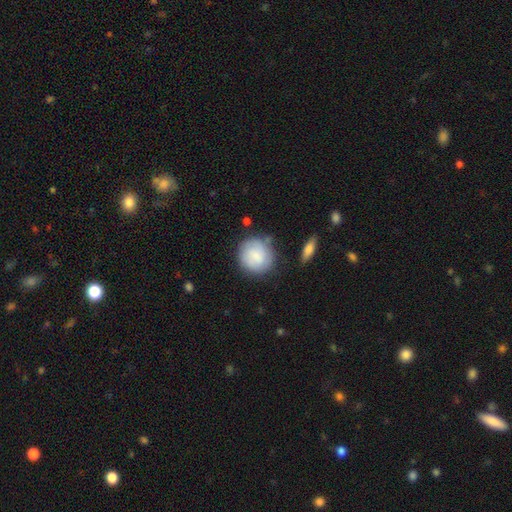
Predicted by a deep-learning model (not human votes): smooth_or_featured: smooth (p=0.81) [alt: featured or disk p=0.12]
how_rounded: round (p=0.88) [alt: in between p=0.11]
merging: none (p=0.71) [alt: minor disturbance p=0.18]